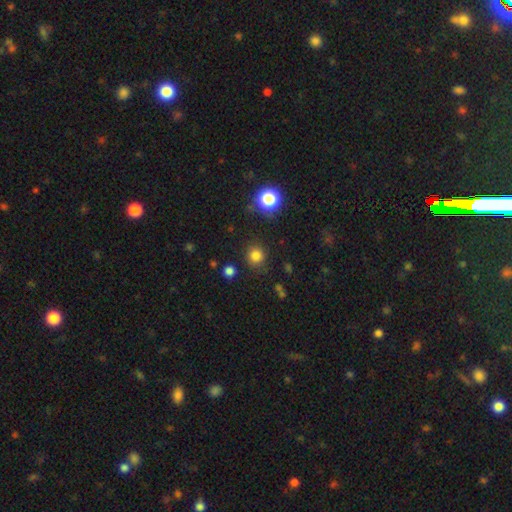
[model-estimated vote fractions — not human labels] Smooth or featured?
  - smooth: 81% *
  - star or artifact: 14%
  - featured or disk: 4%
How rounded?
  - round: 90% *
  - in between: 9%
  - cigar-shaped: 1%
Merging?
  - none: 87% *
  - minor disturbance: 8%
  - major disturbance: 3%
  - merger: 2%